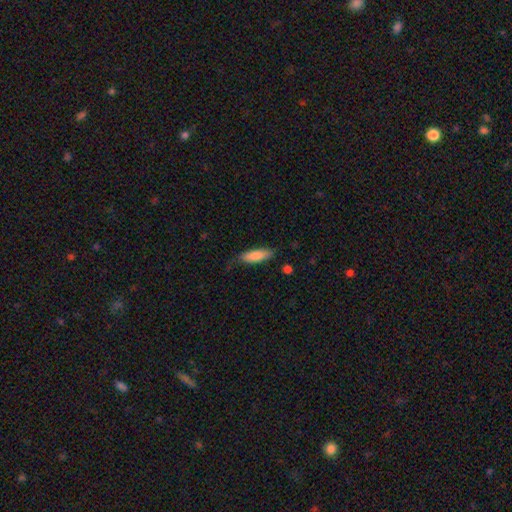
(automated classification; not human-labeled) Smooth or featured: smooth — 83% (featured or disk — 11%)
How rounded: cigar-shaped — 50% (in between — 48%)
Merging: none — 76% (minor disturbance — 18%)